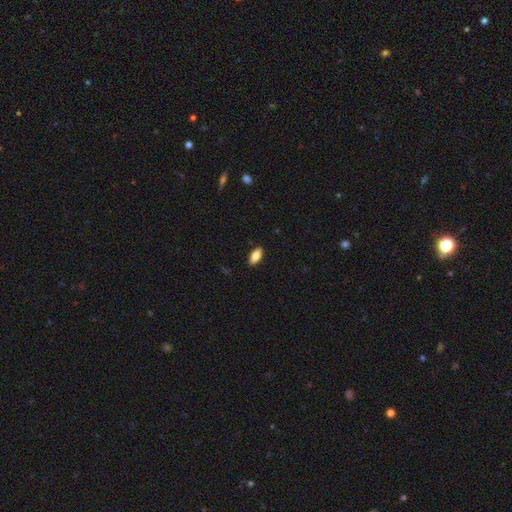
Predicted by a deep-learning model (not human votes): Smooth or featured? Predicted: smooth (p=0.77). How rounded? Predicted: in between (p=0.86). Merging? Predicted: none (p=0.89).